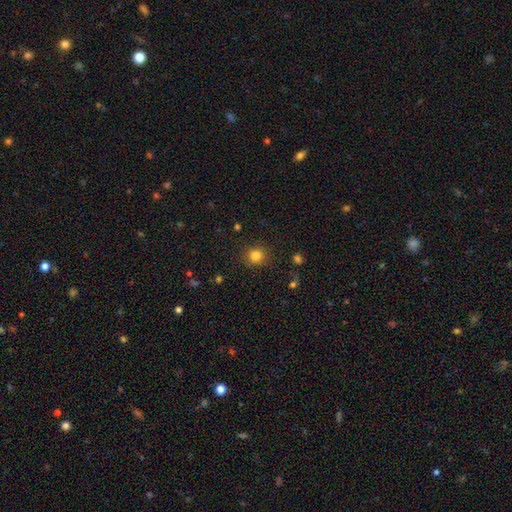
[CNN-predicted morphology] Smooth or featured: smooth — 82% (star or artifact — 13%)
How rounded: round — 89% (in between — 10%)
Merging: none — 88% (minor disturbance — 8%)